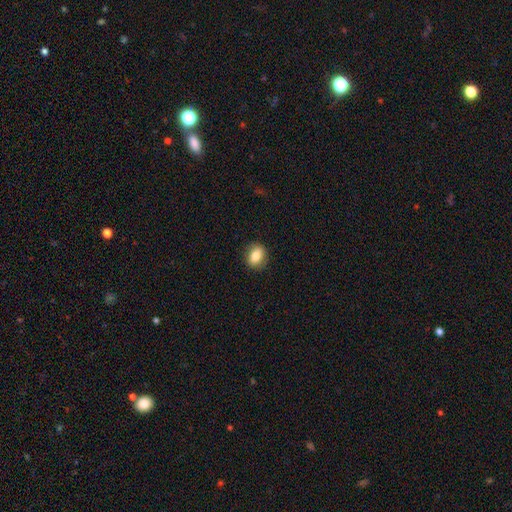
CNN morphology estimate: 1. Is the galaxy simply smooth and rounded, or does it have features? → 81% smooth, 10% featured or disk, 9% star or artifact.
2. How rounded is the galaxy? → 59% in between, 40% round, 2% cigar-shaped.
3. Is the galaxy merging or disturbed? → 87% none, 10% minor disturbance, 2% major disturbance, 1% merger.